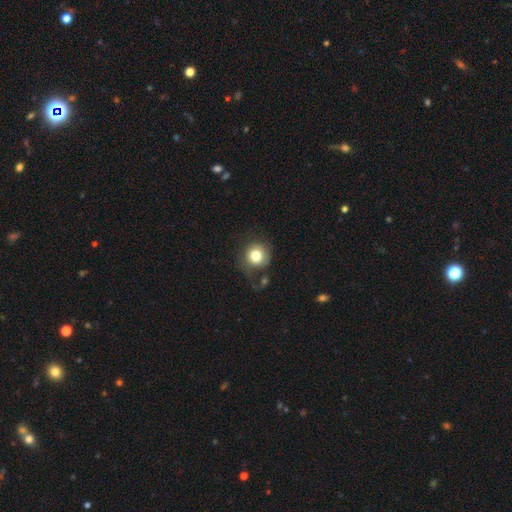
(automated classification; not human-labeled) A smooth galaxy with no disk features (78%) that is round (88%). Merging: none (57%).